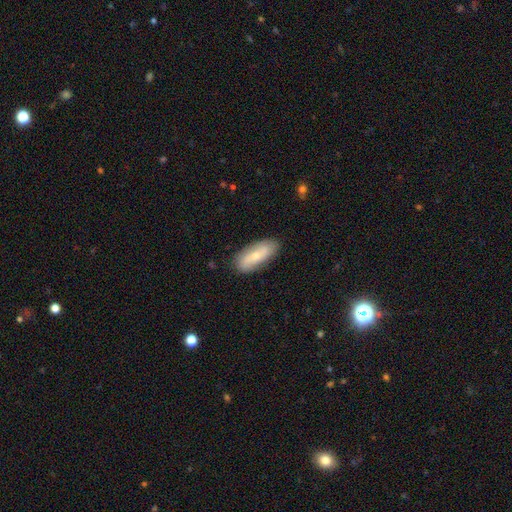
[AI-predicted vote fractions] smooth 57%, featured or disk 37%, star or artifact 6%. Down the decision tree: how rounded — in between (78%); merging — none (84%).